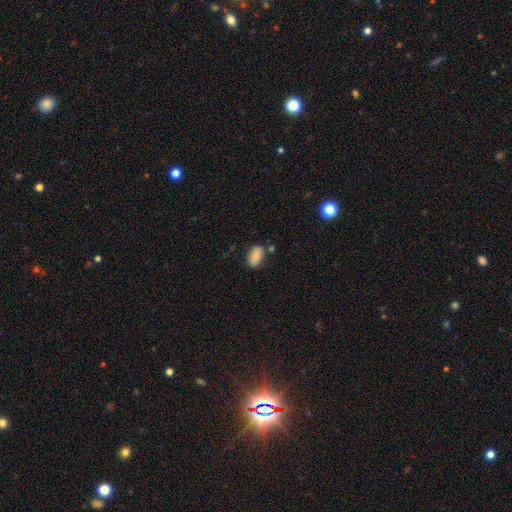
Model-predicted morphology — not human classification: The model was most divided on "merging": none: 73%, minor disturbance: 16%, merger: 8%, major disturbance: 3%. More confident: how rounded — in between (93%); smooth or featured — smooth (85%).